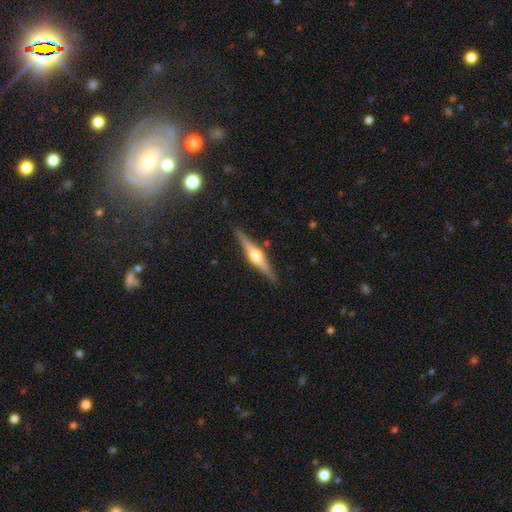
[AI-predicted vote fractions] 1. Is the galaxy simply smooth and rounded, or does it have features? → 80% featured or disk, 15% smooth, 5% star or artifact.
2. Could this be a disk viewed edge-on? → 98% yes, 2% no.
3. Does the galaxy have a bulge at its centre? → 94% rounded, 4% boxy, 2% none.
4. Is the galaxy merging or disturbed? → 90% none, 7% minor disturbance, 2% major disturbance, 1% merger.